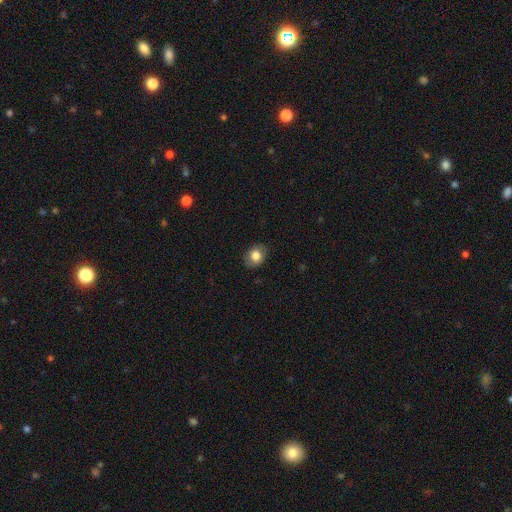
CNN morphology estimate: Overall: smooth (80%). How rounded: in between (53%; round 46%). Merging: none (84%).